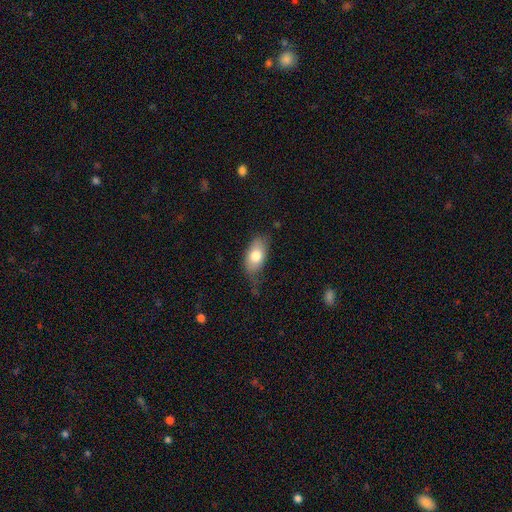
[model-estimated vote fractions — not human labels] A smooth galaxy with no disk features (76%) that is in between round and cigar-shaped (89%). Merging: none (61%).